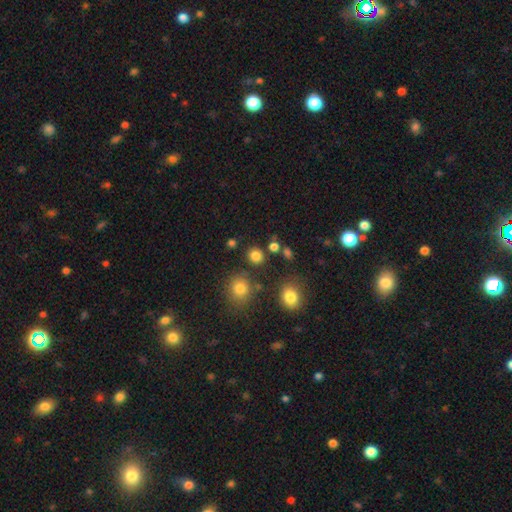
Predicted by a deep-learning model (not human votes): smooth-or-featured: smooth: 81% | star or artifact: 14% | featured or disk: 5%
  how-rounded: round: 83% | in between: 16% | cigar-shaped: 1%
  merging: none: 81% | minor disturbance: 8% | merger: 7% | major disturbance: 3%